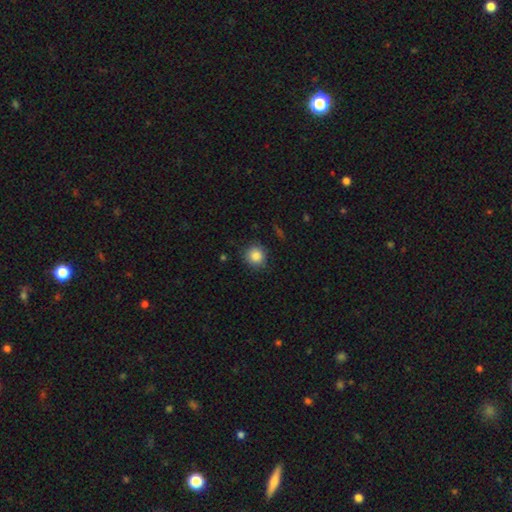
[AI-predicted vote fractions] Overall: smooth (86%). How rounded: round (91%). Merging: none (85%).